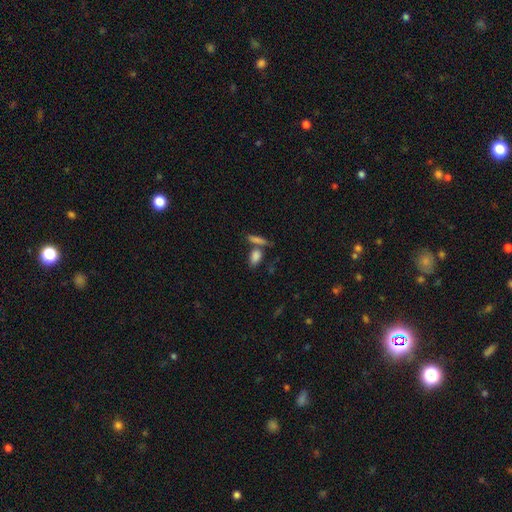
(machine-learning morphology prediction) This appears to be a smooth galaxy with no disk features (83%) that is in between round and cigar-shaped (81%). Merging: none (51%).